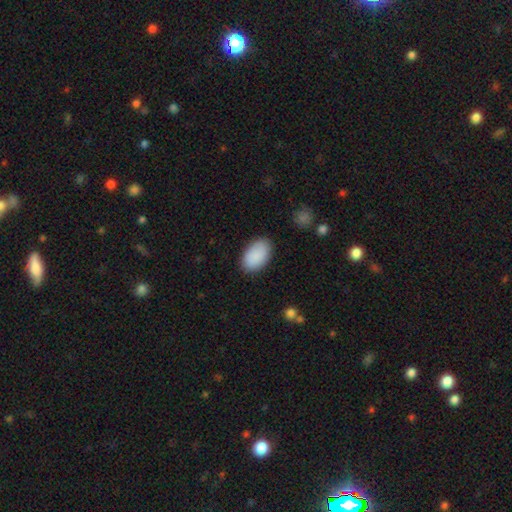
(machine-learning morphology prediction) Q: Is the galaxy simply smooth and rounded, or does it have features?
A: smooth — 90%.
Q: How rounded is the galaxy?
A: in between — 93%.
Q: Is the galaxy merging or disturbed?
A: none — 86%.